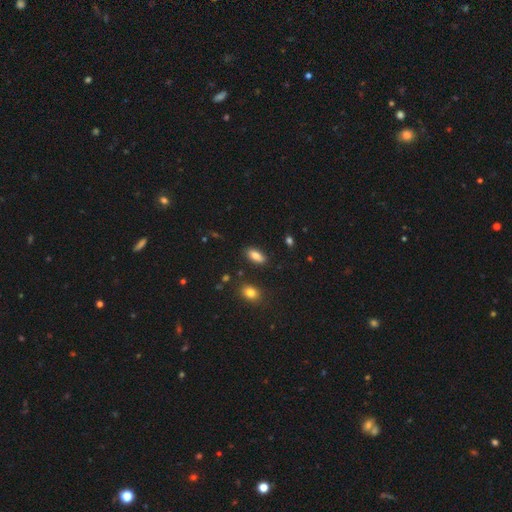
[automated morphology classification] Smooth or featured? Predicted: smooth (p=0.81). How rounded? Predicted: in between (p=0.83). Merging? Predicted: none (p=0.83).